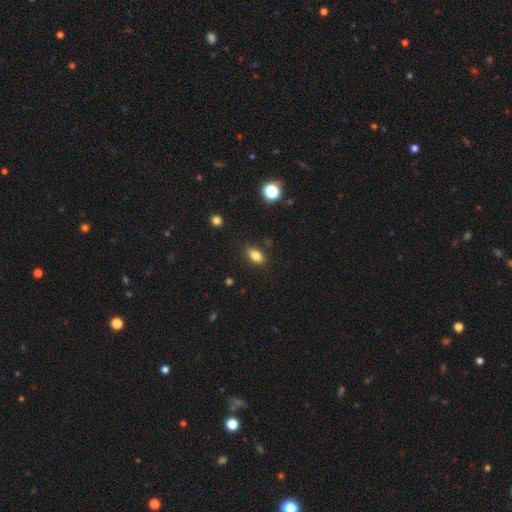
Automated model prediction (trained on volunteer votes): A smooth galaxy with no disk features (82%) that is in between round and cigar-shaped (85%). Merging: none (81%).